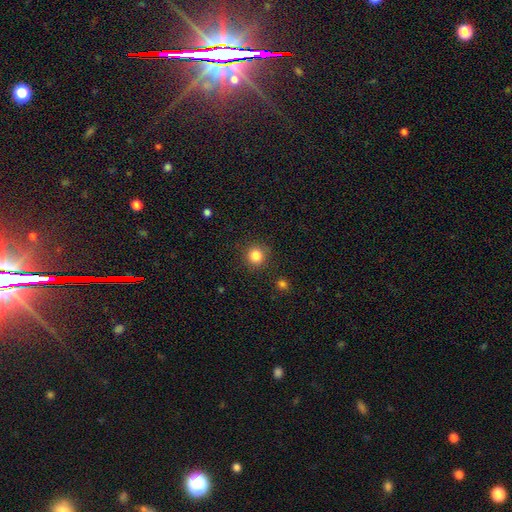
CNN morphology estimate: Q: Smooth or featured?
A: smooth (84%); runner-up: star or artifact (11%)
Q: How rounded?
A: round (93%); runner-up: in between (6%)
Q: Merging?
A: none (89%); runner-up: minor disturbance (7%)